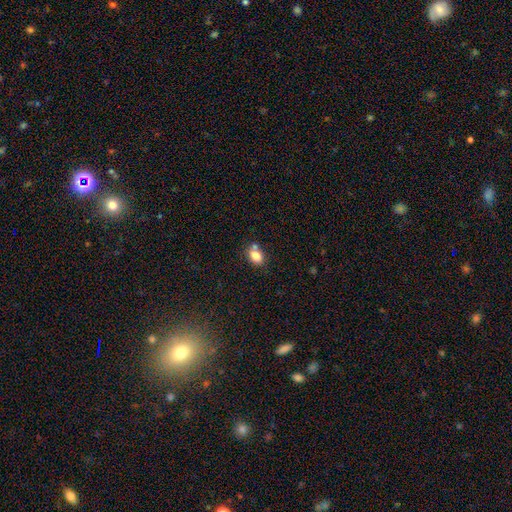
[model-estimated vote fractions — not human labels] This appears to be a smooth galaxy with no disk features (81%) that is in between round and cigar-shaped (76%). Merging: none (58%).